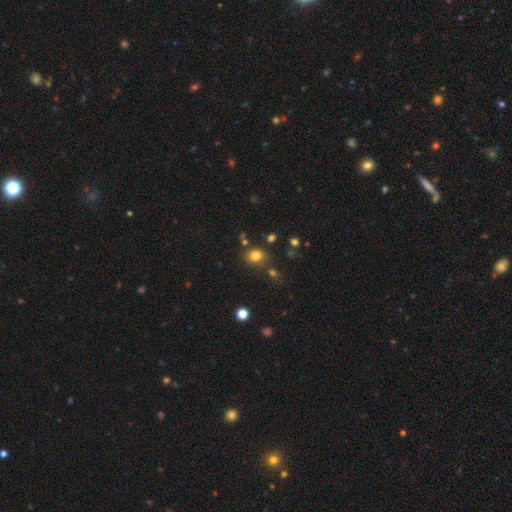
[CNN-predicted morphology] Smooth or featured? smooth (79%)
How rounded? round (59%)
Merging? none (77%)